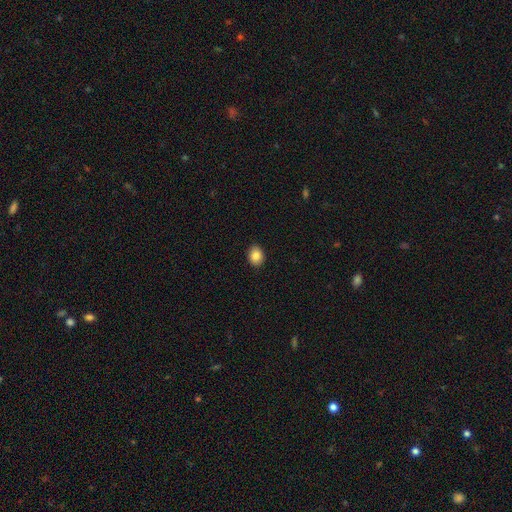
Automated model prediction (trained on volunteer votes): Overall: smooth (87%). How rounded: in between (59%; round 40%). Merging: none (91%).